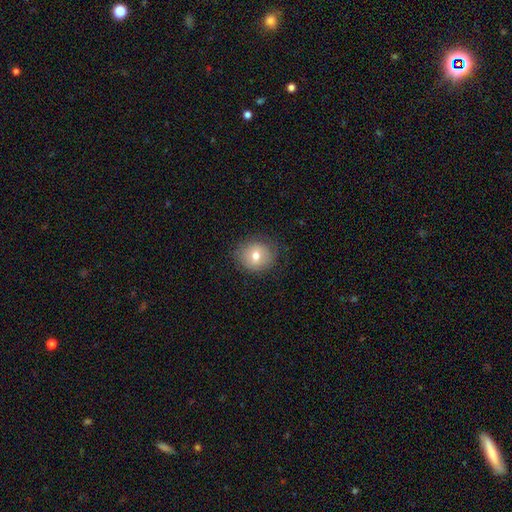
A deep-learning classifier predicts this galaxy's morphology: smooth-or-featured: smooth: 69% | featured or disk: 21% | star or artifact: 10%
  how-rounded: round: 77% | in between: 22% | cigar-shaped: 1%
  merging: none: 81% | minor disturbance: 14% | major disturbance: 4% | merger: 1%